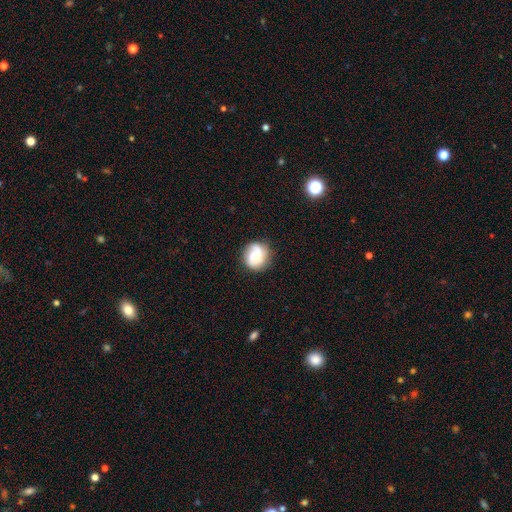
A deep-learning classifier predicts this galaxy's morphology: Smooth or featured: featured or disk — 46% (smooth — 45%)
Merging: none — 78% (minor disturbance — 15%)